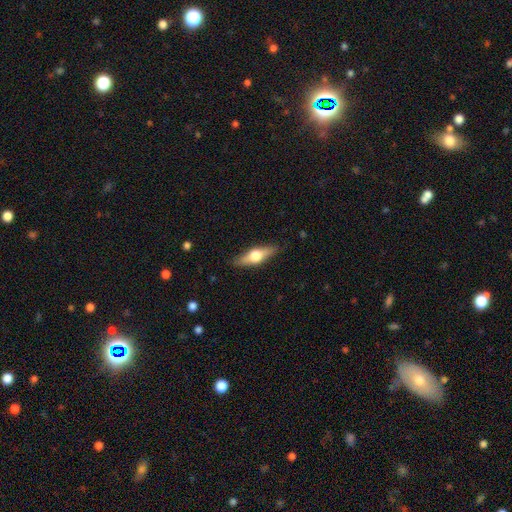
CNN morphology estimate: The model was most divided on "smooth or featured": featured or disk: 54%, smooth: 40%, star or artifact: 6%. More confident: edge-on disk — yes (92%); merging — none (87%).